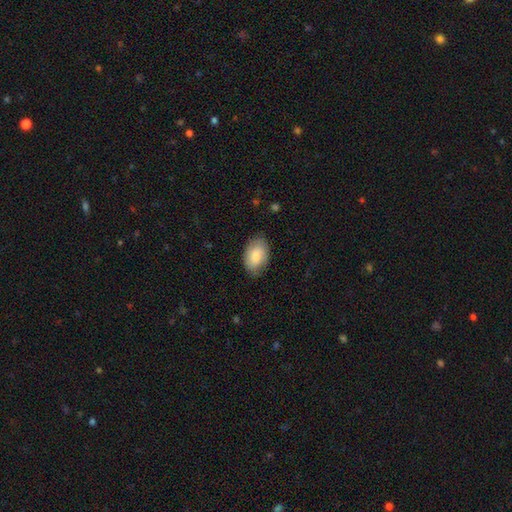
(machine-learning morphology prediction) smooth_or_featured: smooth (p=0.74) [alt: featured or disk p=0.20]
how_rounded: in between (p=0.90) [alt: round p=0.09]
merging: none (p=0.77) [alt: minor disturbance p=0.18]